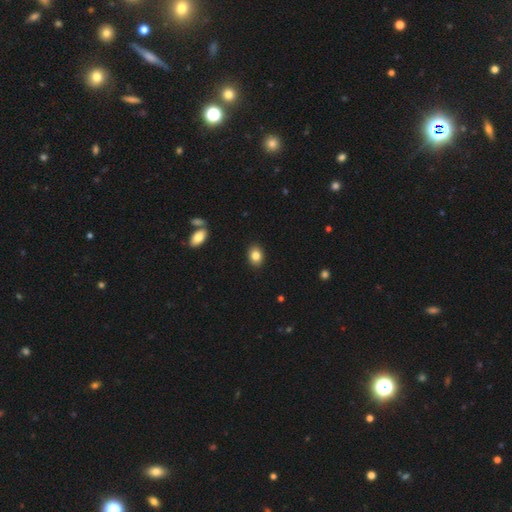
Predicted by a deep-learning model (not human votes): Morphology: type=smooth (84%); roundness=in between (63%); merging=none (90%).